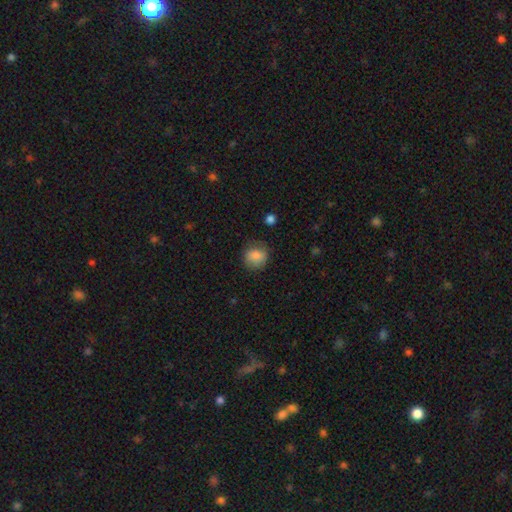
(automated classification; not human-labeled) This appears to be a smooth galaxy with no disk features (83%) that is round (84%). Merging: none (79%).